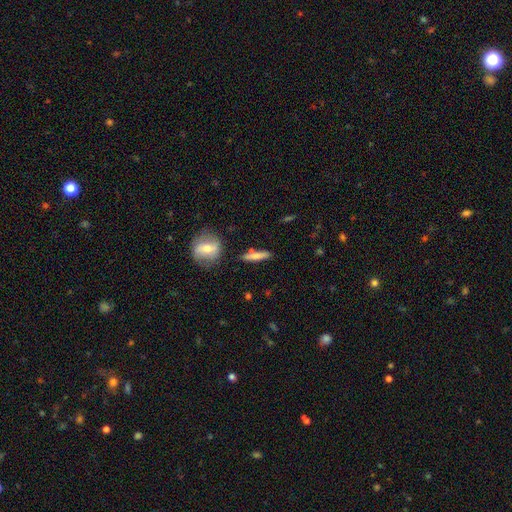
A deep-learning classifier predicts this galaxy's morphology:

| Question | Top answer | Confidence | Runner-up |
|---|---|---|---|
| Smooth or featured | smooth | 62% | featured or disk (32%) |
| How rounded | cigar-shaped | 81% | in between (16%) |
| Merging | none | 81% | minor disturbance (11%) |